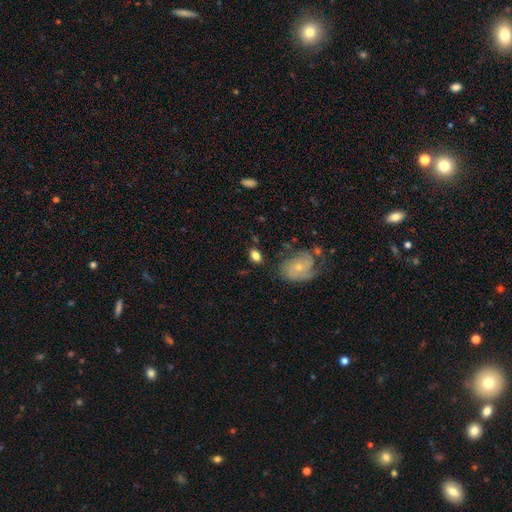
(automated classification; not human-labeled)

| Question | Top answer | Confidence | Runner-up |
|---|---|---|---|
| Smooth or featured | smooth | 74% | featured or disk (17%) |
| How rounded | in between | 79% | round (18%) |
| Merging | none | 76% | minor disturbance (15%) |